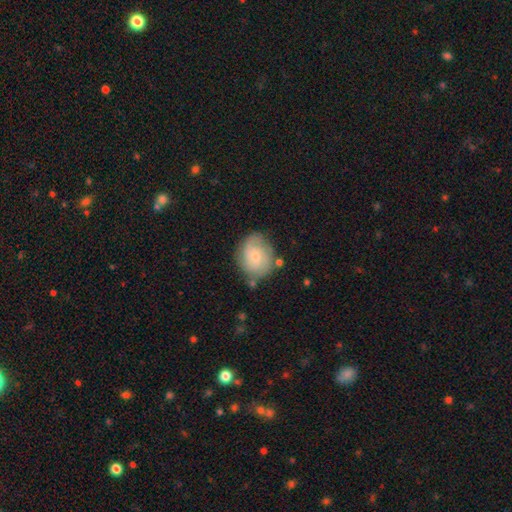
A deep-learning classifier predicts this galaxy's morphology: A featured or disk galaxy (57%) with no bar (68%), 2 (47%) tight (45%) spiral arms (90%) and a small central bulge (64%). Merging: none (69%).